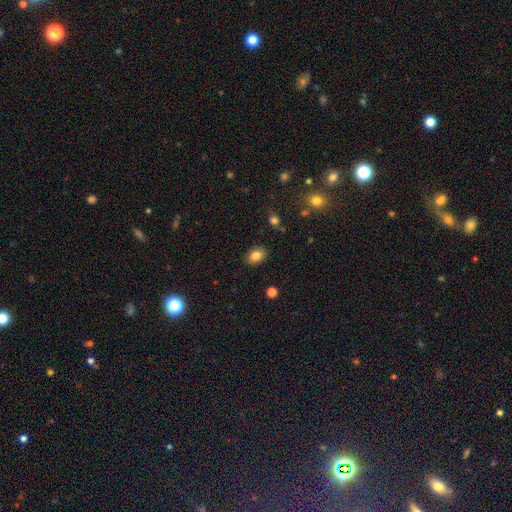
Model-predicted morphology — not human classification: Q: Smooth or featured?
A: smooth (82%); runner-up: star or artifact (10%)
Q: How rounded?
A: in between (71%); runner-up: round (28%)
Q: Merging?
A: none (87%); runner-up: minor disturbance (9%)